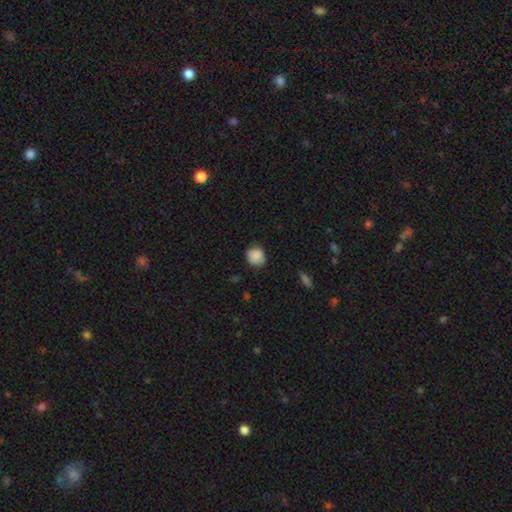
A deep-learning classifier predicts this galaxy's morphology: smooth-or-featured: smooth: 87% | star or artifact: 8% | featured or disk: 5%
  how-rounded: round: 80% | in between: 19% | cigar-shaped: 1%
  merging: none: 76% | minor disturbance: 19% | major disturbance: 3% | merger: 1%